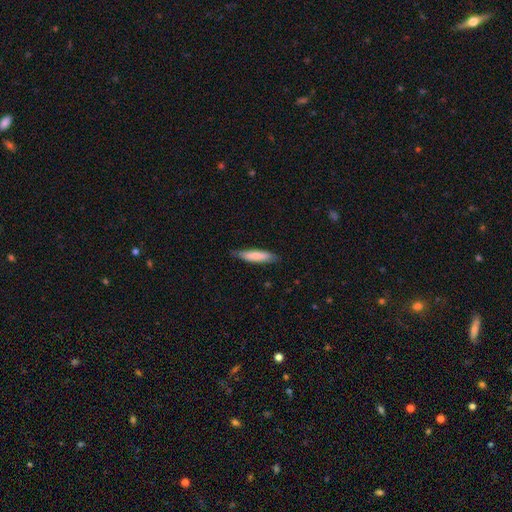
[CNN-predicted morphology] smooth 75%, featured or disk 20%, star or artifact 5%. Down the decision tree: how rounded — cigar-shaped (78%); merging — none (80%).